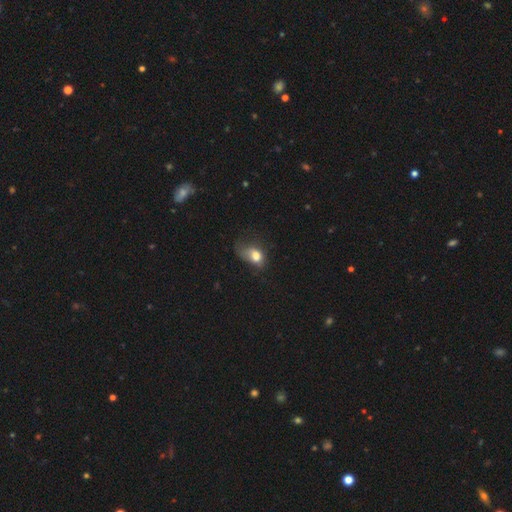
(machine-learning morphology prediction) Q: Smooth or featured?
A: smooth (71%); runner-up: featured or disk (18%)
Q: How rounded?
A: in between (76%); runner-up: round (21%)
Q: Merging?
A: major disturbance (43%); runner-up: minor disturbance (29%)